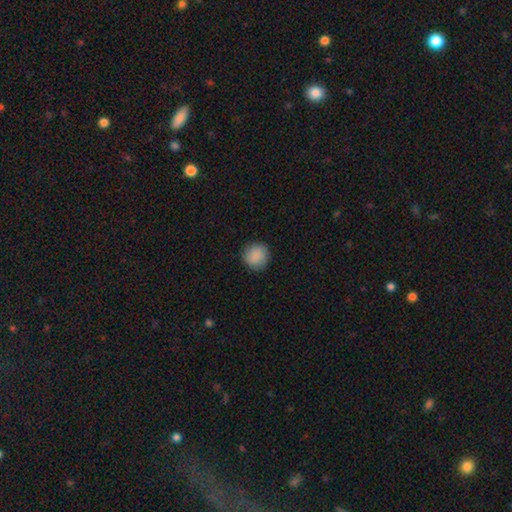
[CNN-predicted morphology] type=smooth (89%); roundness=round (92%); merging=none (89%).